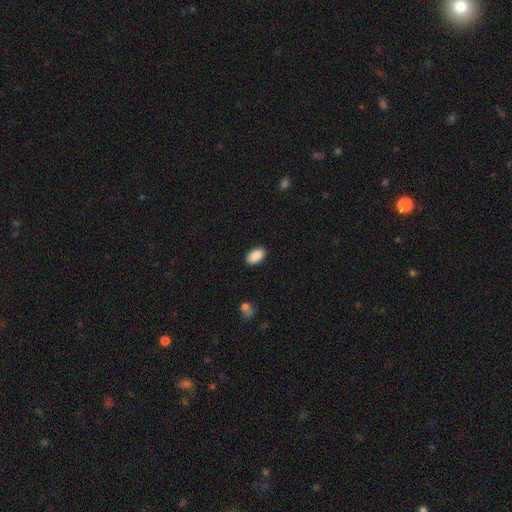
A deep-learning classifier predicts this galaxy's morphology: This is clearly a smooth galaxy (90%). How rounded: clearly in between (94%). Merging: clearly none (89%).